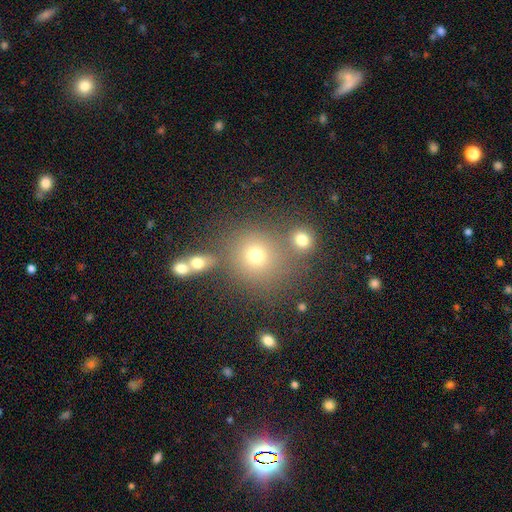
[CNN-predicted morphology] smooth_or_featured: smooth (p=0.71) [alt: star or artifact p=0.18]
how_rounded: round (p=0.86) [alt: in between p=0.13]
merging: none (p=0.66) [alt: merger p=0.19]